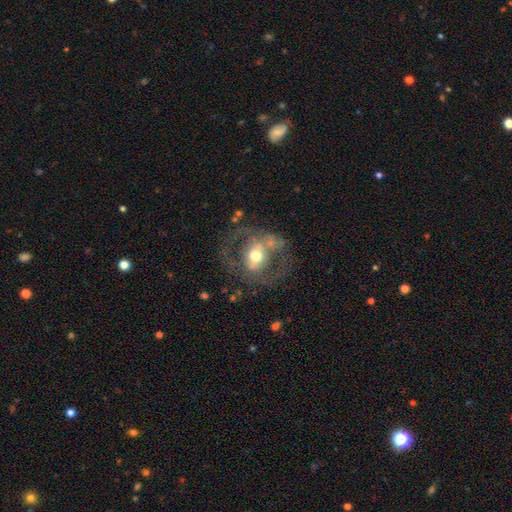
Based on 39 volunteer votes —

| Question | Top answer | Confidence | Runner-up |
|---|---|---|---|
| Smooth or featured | featured or disk | 67% | smooth (26%) |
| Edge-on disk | no | 85% | yes (15%) |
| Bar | no | 55% | strong (27%) |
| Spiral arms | no | 86% | yes (14%) |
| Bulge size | moderate | 64% | large (23%) |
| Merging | none | 75% | major disturbance (11%) |